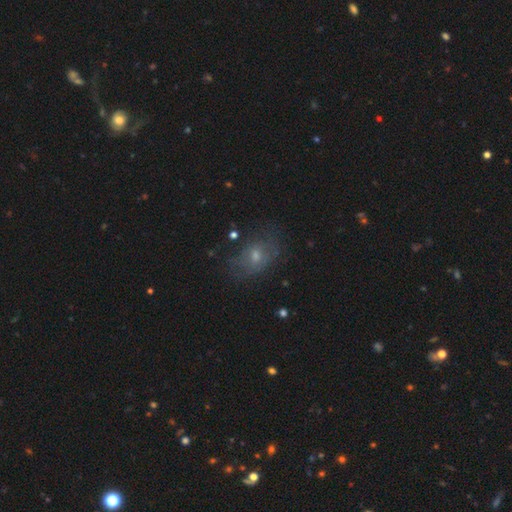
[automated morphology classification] This appears to be a smooth galaxy with no disk features (48%). Merging: none (68%).